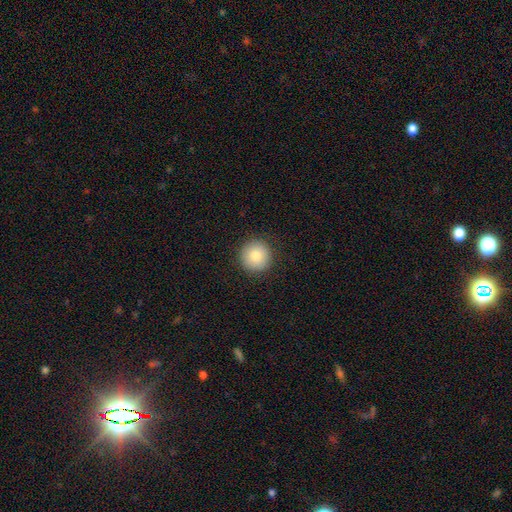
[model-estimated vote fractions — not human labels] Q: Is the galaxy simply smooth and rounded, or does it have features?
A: smooth — 82%.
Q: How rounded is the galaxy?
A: round — 96%.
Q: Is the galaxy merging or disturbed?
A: none — 91%.